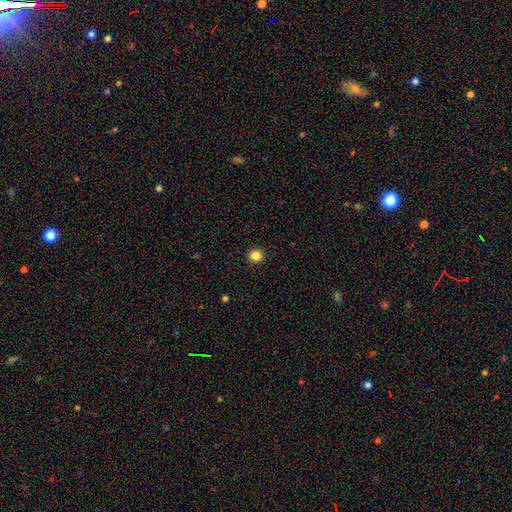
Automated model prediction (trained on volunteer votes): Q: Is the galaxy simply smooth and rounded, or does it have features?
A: smooth — 85%.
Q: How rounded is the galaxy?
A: round — 94%.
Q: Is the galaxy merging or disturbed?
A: none — 93%.